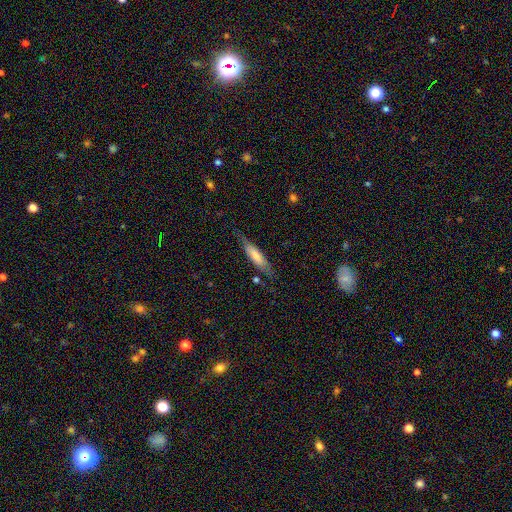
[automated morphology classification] A smooth galaxy with no disk features (65%) that is cigar-shaped (71%). Merging: none (72%).